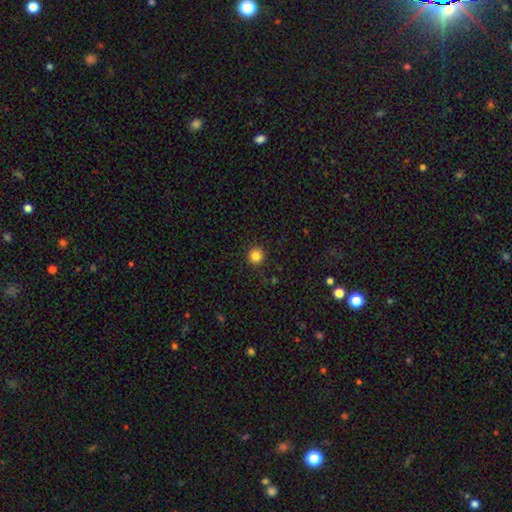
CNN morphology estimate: Smooth or featured? smooth (85%)
How rounded? round (93%)
Merging? none (92%)